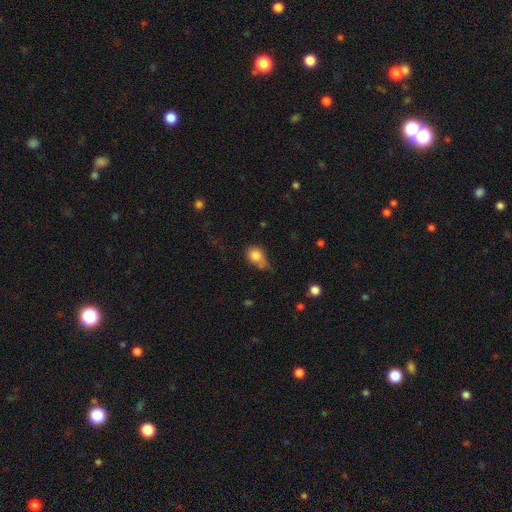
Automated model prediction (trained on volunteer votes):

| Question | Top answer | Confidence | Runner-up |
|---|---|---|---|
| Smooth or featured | smooth | 81% | featured or disk (10%) |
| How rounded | in between | 52% | round (46%) |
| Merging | minor disturbance | 40% | none (36%) |